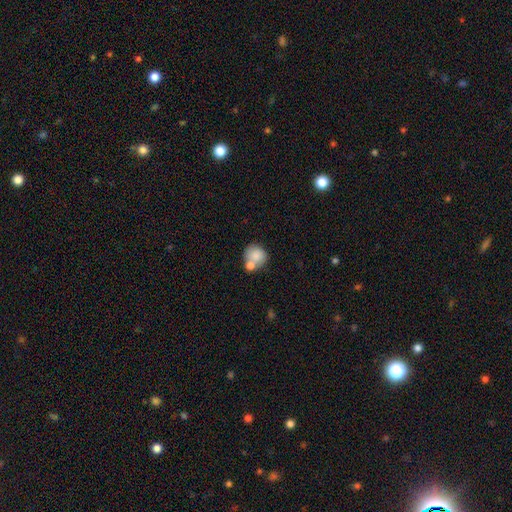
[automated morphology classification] This is likely a smooth galaxy (79%). How rounded: clearly round (81%). Merging: possibly none (46%).